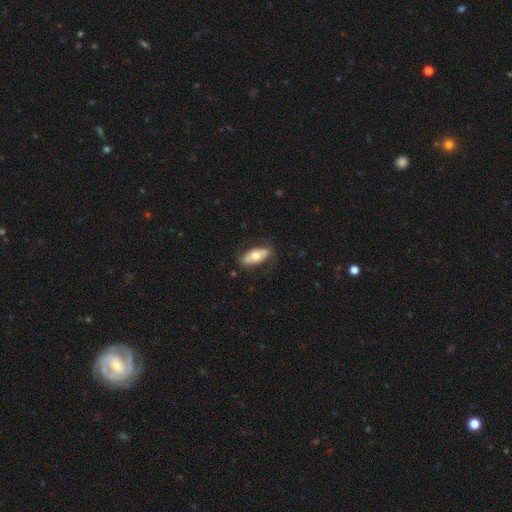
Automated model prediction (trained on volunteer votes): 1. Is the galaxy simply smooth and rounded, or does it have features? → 58% smooth, 36% featured or disk, 6% star or artifact.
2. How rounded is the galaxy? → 87% in between, 9% cigar-shaped, 4% round.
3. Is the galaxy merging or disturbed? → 78% none, 16% minor disturbance, 4% major disturbance, 1% merger.